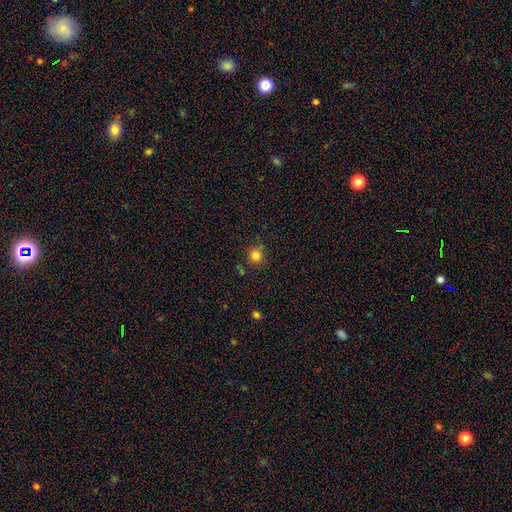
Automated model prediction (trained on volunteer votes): A smooth galaxy with no disk features (81%) that is round (92%).

Vote fractions:
- Smooth or featured? smooth: 81% / star or artifact: 14% / featured or disk: 6%
- How rounded? round: 92% / in between: 7% / cigar-shaped: 1%
- Merging? none: 78% / minor disturbance: 12% / merger: 7% / major disturbance: 3%